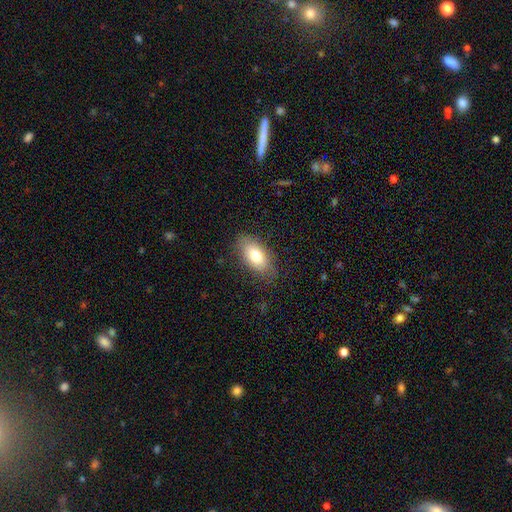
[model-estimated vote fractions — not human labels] This is likely a smooth galaxy (77%). How rounded: clearly in between (91%). Merging: clearly none (82%).